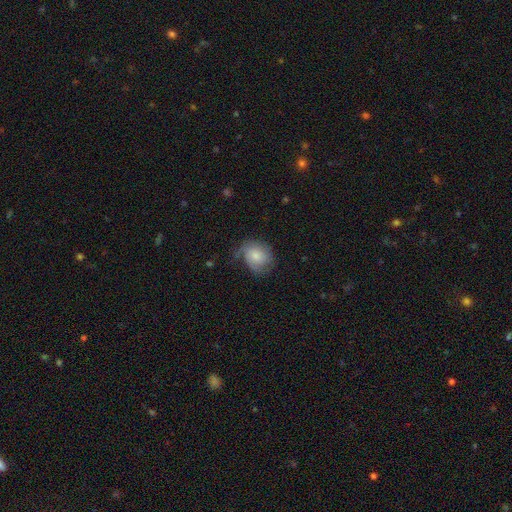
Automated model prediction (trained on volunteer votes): A smooth galaxy with no disk features (63%) that is round (58%).

Vote fractions:
- Smooth or featured? smooth: 63% / featured or disk: 29% / star or artifact: 7%
- How rounded? round: 58% / in between: 41% / cigar-shaped: 1%
- Merging? none: 47% / minor disturbance: 33% / major disturbance: 18% / merger: 2%